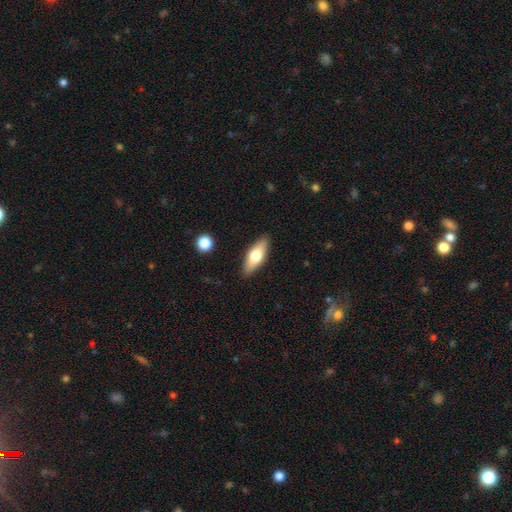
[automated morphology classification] Smooth or featured: smooth — 61% (featured or disk — 33%)
How rounded: in between — 65% (cigar-shaped — 32%)
Merging: none — 88% (minor disturbance — 9%)